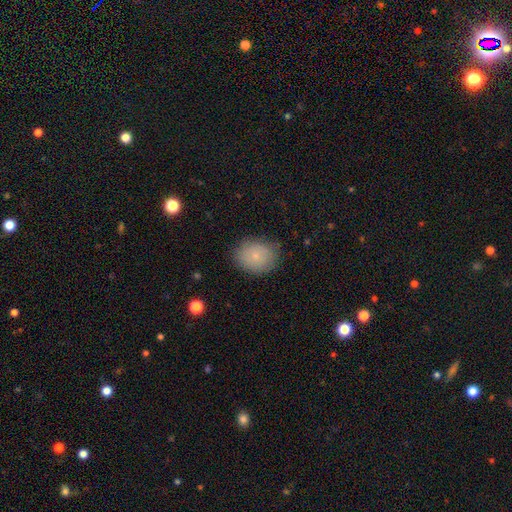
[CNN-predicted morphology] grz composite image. It shows a smooth galaxy with no disk features (79%) that is round (53%). Merging: none (79%).